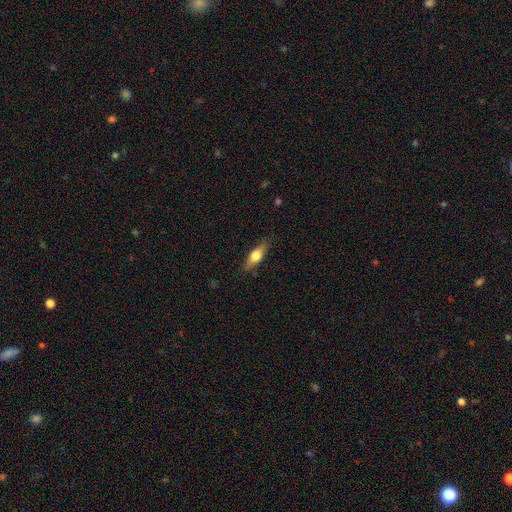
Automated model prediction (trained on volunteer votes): The model was most divided on "how rounded": in between: 54%, cigar-shaped: 43%, round: 3%. More confident: merging — none (83%); smooth or featured — smooth (57%).